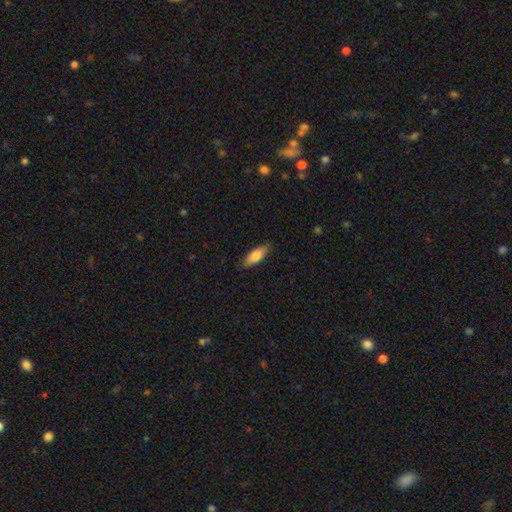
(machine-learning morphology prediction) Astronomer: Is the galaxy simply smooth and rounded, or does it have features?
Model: smooth — 76%.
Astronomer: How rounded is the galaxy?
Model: in between — 64%.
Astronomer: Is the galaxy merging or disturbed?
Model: none — 86%.